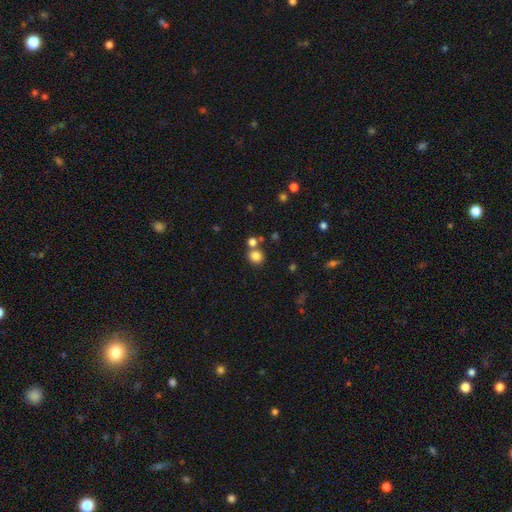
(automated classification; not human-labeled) smooth-or-featured: smooth: 82% | star or artifact: 12% | featured or disk: 6%
  how-rounded: round: 82% | in between: 17% | cigar-shaped: 1%
  merging: none: 67% | merger: 21% | minor disturbance: 8% | major disturbance: 3%